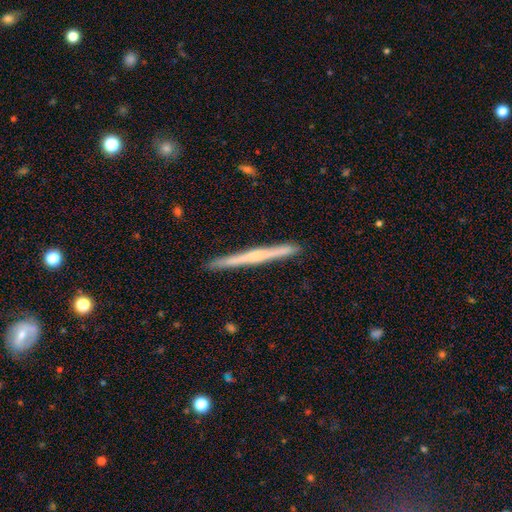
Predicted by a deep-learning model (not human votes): A featured or disk galaxy (62%) viewed edge-on (98%) with no central bulge (49%). Merging: none (91%).